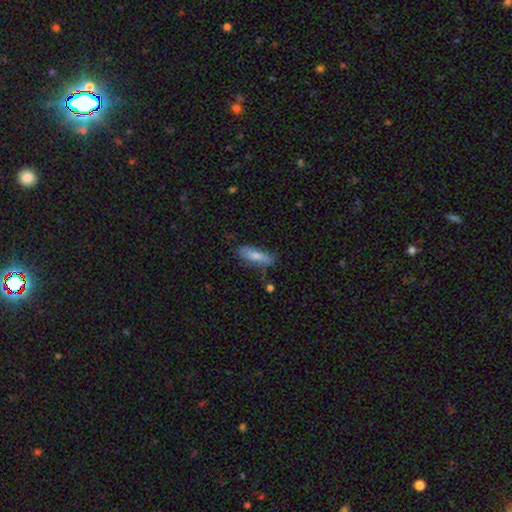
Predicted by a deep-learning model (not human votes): Smooth or featured: smooth — 64% (featured or disk — 28%)
How rounded: cigar-shaped — 52% (in between — 46%)
Merging: none — 74% (minor disturbance — 19%)